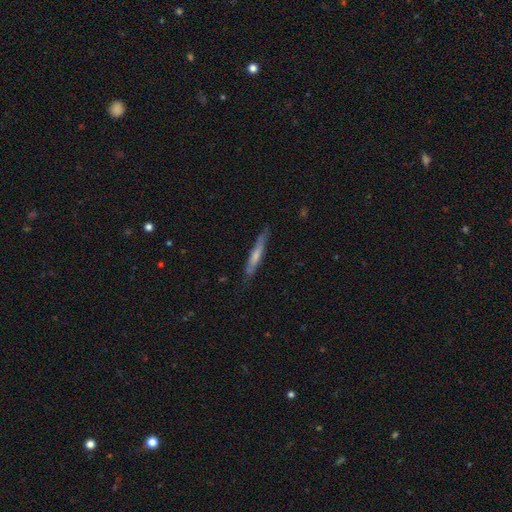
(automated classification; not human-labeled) smooth-or-featured: smooth: 52% | featured or disk: 42% | star or artifact: 6%
  how-rounded: cigar-shaped: 92% | in between: 6% | round: 1%
  merging: none: 76% | minor disturbance: 19% | major disturbance: 4% | merger: 2%